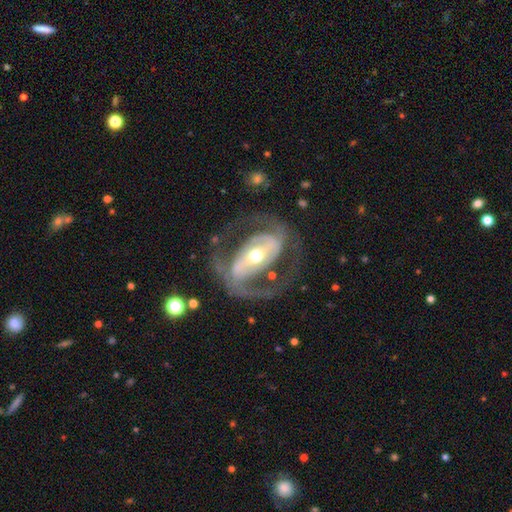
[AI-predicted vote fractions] Q: Smooth or featured?
A: featured or disk (89%); runner-up: smooth (7%)
Q: Edge-on disk?
A: no (96%); runner-up: yes (4%)
Q: Bar?
A: strong (55%); runner-up: weak (28%)
Q: Spiral arms?
A: yes (89%); runner-up: no (11%)
Q: Spiral winding?
A: medium (53%); runner-up: tight (26%)
Q: Spiral arm count?
A: 2 (86%); runner-up: can't tell (5%)
Q: Bulge size?
A: moderate (62%); runner-up: small (30%)
Q: Merging?
A: none (65%); runner-up: major disturbance (19%)